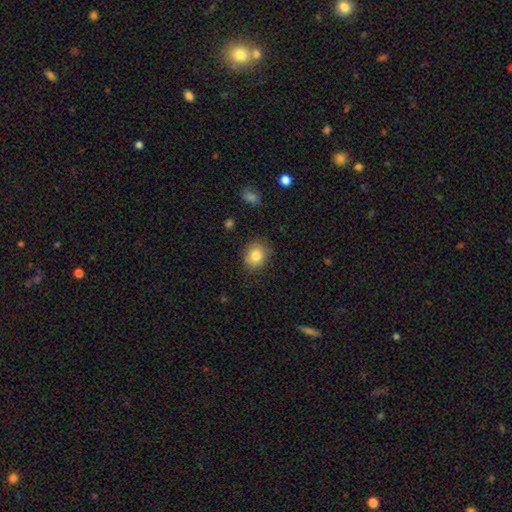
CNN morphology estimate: Smooth or featured? Predicted: smooth (p=0.83). How rounded? Predicted: round (p=0.68). Merging? Predicted: none (p=0.82).